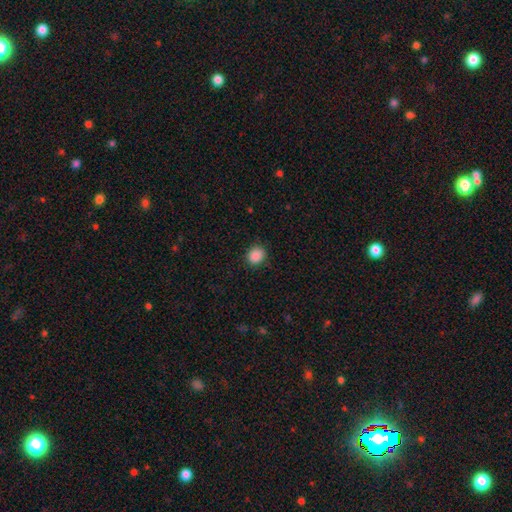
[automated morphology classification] This is clearly a smooth galaxy (88%). How rounded: likely round (71%). Merging: clearly none (87%).